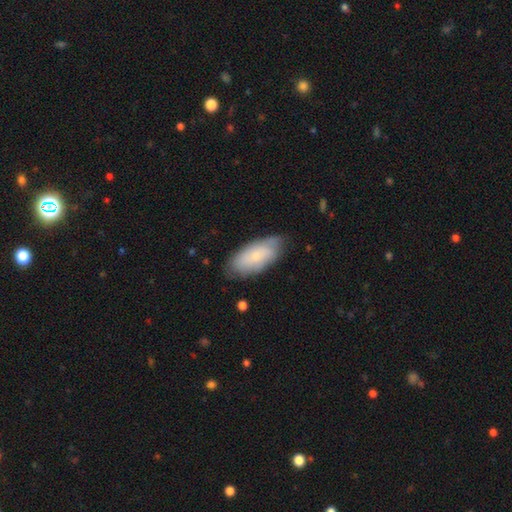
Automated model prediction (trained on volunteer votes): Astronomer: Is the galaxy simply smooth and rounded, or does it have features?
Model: smooth — 68%.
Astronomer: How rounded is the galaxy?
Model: in between — 89%.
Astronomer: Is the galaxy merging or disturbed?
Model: none — 73%.